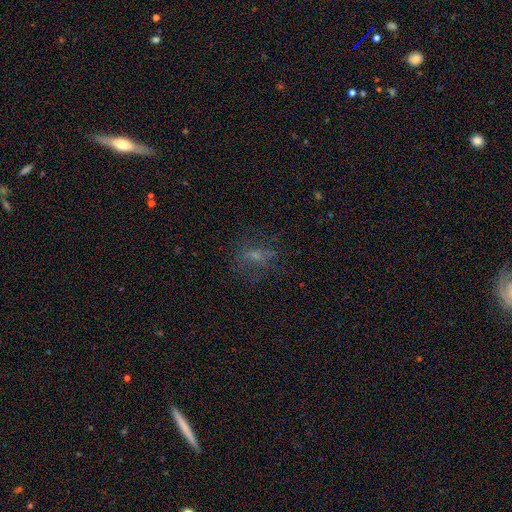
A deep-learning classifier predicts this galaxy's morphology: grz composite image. It shows a smooth galaxy with no disk features (42%). Merging: none (62%).